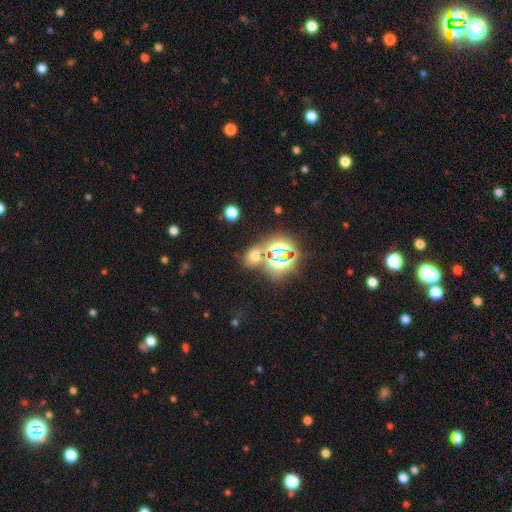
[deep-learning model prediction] smooth_or_featured: smooth (p=0.46) [tied with: star or artifact p=0.46]
merging: none (p=0.67) [alt: merger p=0.14]